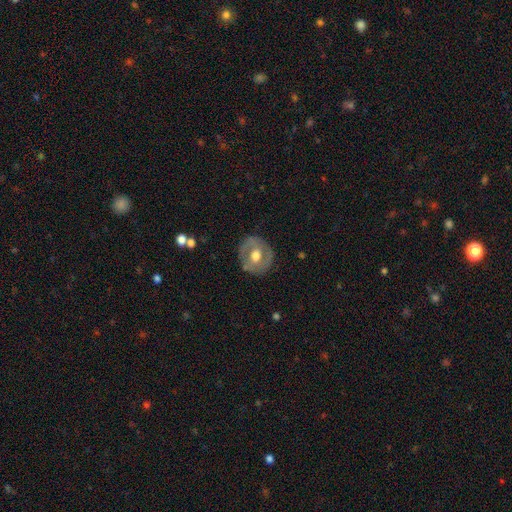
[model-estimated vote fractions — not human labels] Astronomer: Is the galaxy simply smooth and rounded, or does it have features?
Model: featured or disk — 54% (runner-up: smooth, 40%).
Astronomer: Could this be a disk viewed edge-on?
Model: no — 95%.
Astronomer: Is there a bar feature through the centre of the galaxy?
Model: no — 63%.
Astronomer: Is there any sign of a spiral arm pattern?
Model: no — 74%.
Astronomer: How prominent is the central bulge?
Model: moderate — 69%.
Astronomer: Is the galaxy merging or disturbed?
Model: none — 80%.